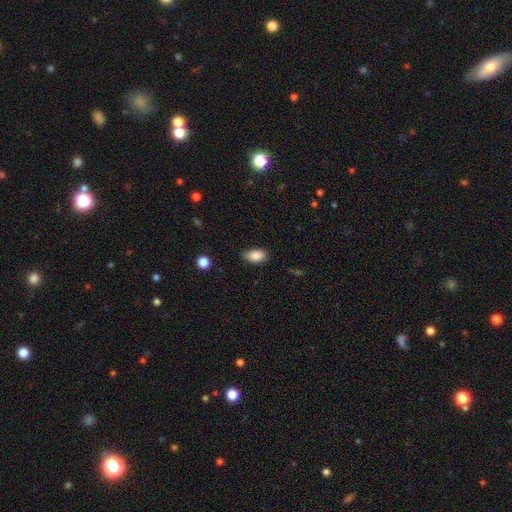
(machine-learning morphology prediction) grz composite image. It shows a smooth galaxy with no disk features (86%) that is in between round and cigar-shaped (90%). Merging: none (80%).